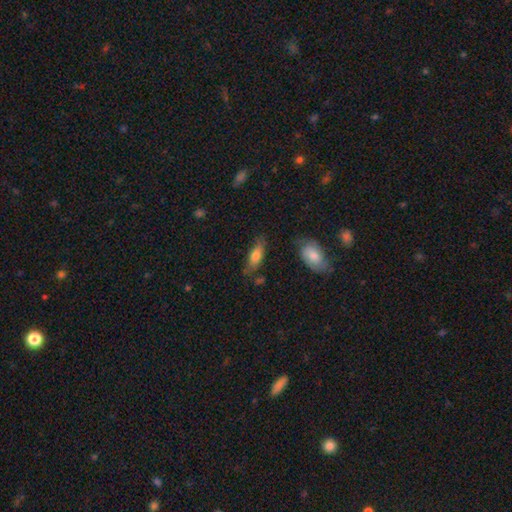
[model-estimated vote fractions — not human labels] smooth-or-featured: smooth: 68% | featured or disk: 25% | star or artifact: 7%
  how-rounded: in between: 66% | cigar-shaped: 31% | round: 3%
  merging: none: 67% | minor disturbance: 23% | major disturbance: 6% | merger: 4%